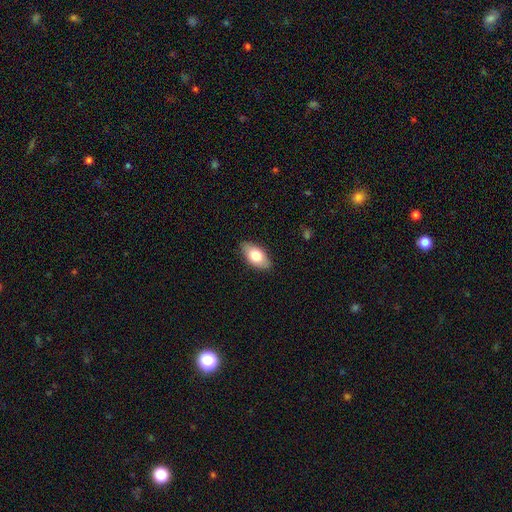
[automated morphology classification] The model was most divided on "smooth or featured": smooth: 76%, featured or disk: 17%, star or artifact: 6%. More confident: how rounded — in between (93%); merging — none (86%).